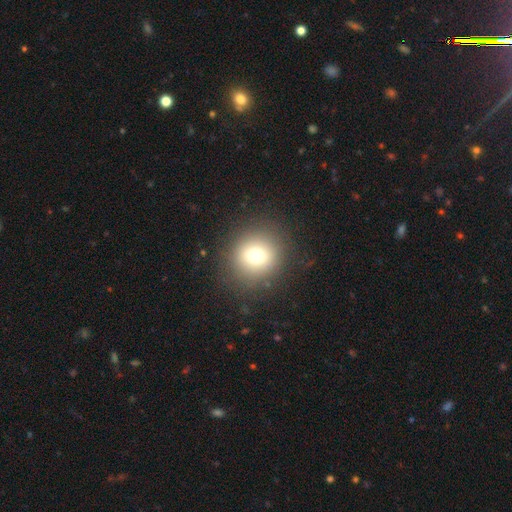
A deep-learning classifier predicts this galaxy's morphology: Q: Smooth or featured?
A: smooth (73%); runner-up: star or artifact (15%)
Q: How rounded?
A: round (89%); runner-up: in between (10%)
Q: Merging?
A: none (87%); runner-up: minor disturbance (8%)